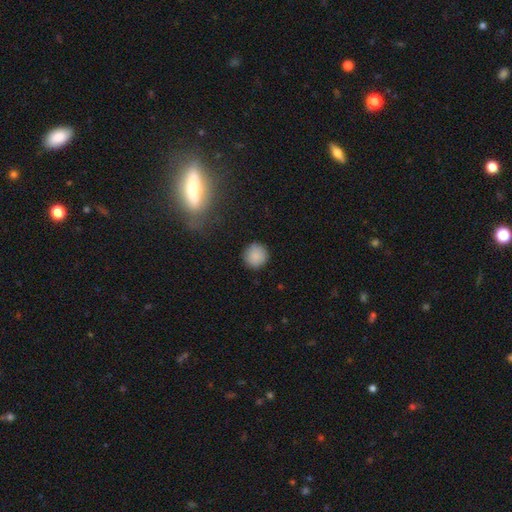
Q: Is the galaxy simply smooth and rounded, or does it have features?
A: smooth — 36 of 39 (92%).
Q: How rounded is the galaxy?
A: round — 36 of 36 (100%).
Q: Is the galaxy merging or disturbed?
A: none — 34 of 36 (94%).